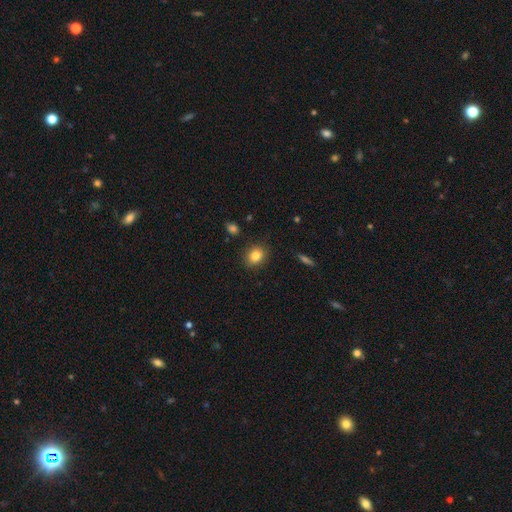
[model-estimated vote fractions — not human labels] Morphology: type=smooth (83%); roundness=round (51%); merging=none (88%).